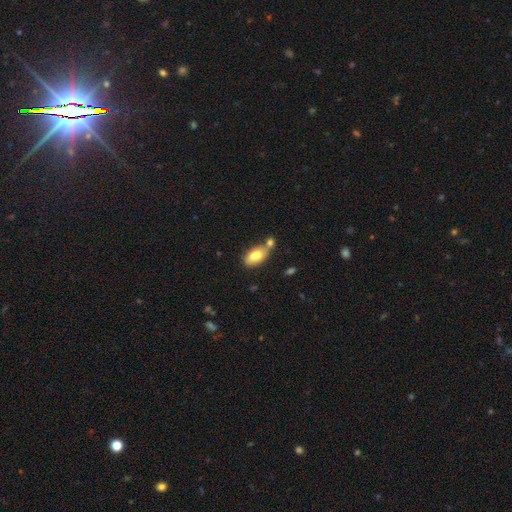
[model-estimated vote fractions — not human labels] smooth 75%, featured or disk 18%, star or artifact 7%. Down the decision tree: how rounded — in between (90%); merging — none (42%).